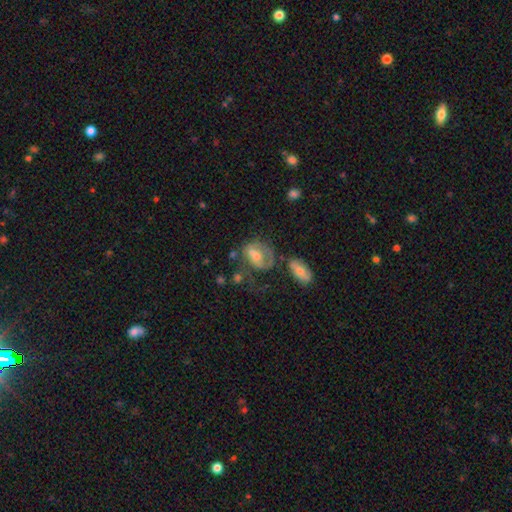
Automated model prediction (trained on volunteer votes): smooth_or_featured: featured or disk (p=0.54) [alt: smooth p=0.37]
disk_edge_on: no (p=0.95) [alt: yes p=0.05]
bar: no (p=0.46) [alt: weak p=0.38]
has_spiral_arms: yes (p=0.54) [alt: no p=0.46]
bulge_size: moderate (p=0.55) [alt: small p=0.33]
merging: none (p=0.33) [alt: major disturbance p=0.31]